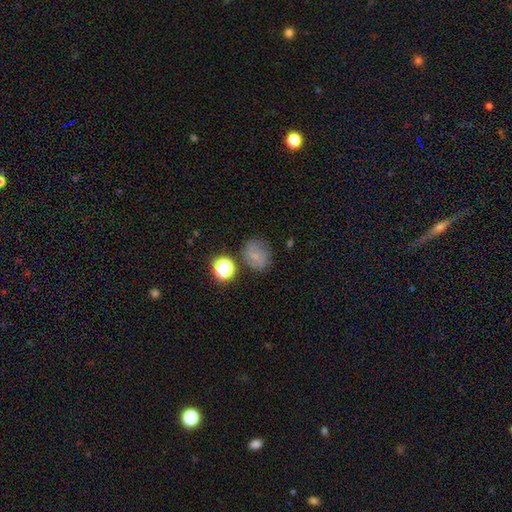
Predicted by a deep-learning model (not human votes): smooth 50%, featured or disk 31%, star or artifact 19%. Down the decision tree: how rounded — round (69%); merging — none (72%).